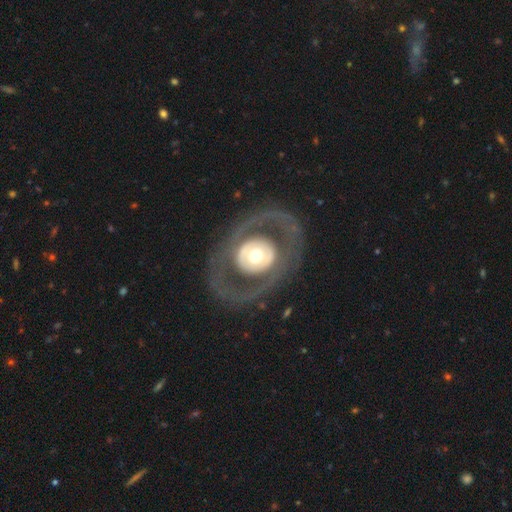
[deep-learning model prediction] Smooth or featured? Predicted: featured or disk (p=0.69). Edge-on disk? Predicted: no (p=0.94). Bar? Predicted: no (p=0.83). Spiral arms? Predicted: no (p=0.73). Bulge size? Predicted: moderate (p=0.55). Merging? Predicted: none (p=0.78).